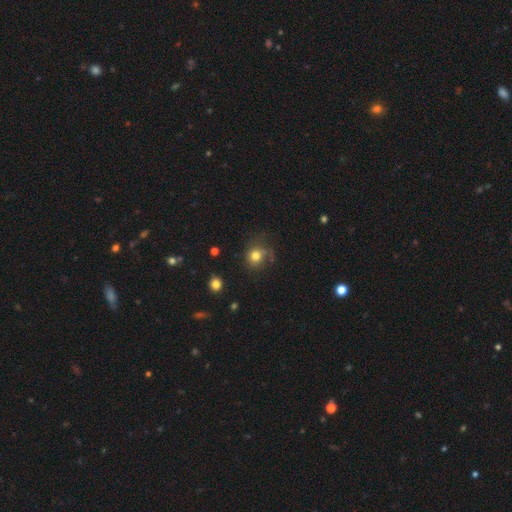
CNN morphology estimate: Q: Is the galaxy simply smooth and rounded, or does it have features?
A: smooth — 76%.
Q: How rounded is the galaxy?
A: round — 81%.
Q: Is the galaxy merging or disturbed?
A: none — 61%.